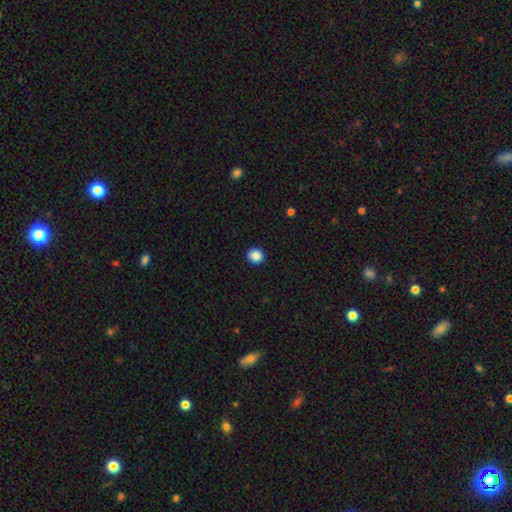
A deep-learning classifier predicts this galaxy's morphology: Q: Smooth or featured?
A: smooth (88%); runner-up: star or artifact (9%)
Q: How rounded?
A: round (87%); runner-up: in between (12%)
Q: Merging?
A: none (92%); runner-up: minor disturbance (6%)